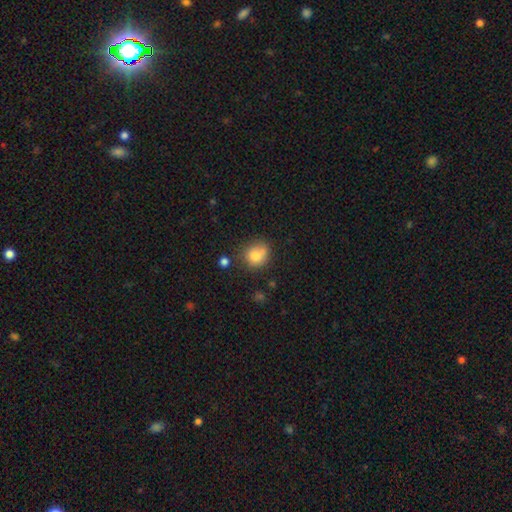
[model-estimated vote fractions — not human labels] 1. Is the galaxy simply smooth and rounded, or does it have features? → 79% smooth, 11% star or artifact, 10% featured or disk.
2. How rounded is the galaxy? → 78% round, 21% in between, 1% cigar-shaped.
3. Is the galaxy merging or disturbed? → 62% none, 21% minor disturbance, 11% merger, 6% major disturbance.